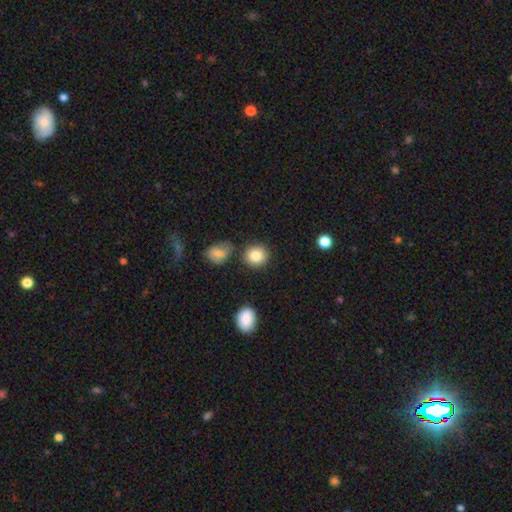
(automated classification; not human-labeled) smooth_or_featured: smooth (p=0.85) [alt: star or artifact p=0.09]
how_rounded: round (p=0.86) [alt: in between p=0.13]
merging: none (p=0.81) [alt: minor disturbance p=0.10]